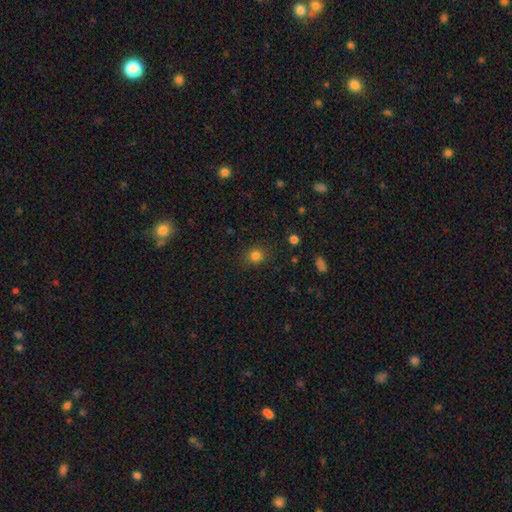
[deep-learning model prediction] This is clearly a smooth galaxy (82%). How rounded: clearly round (83%). Merging: clearly none (87%).